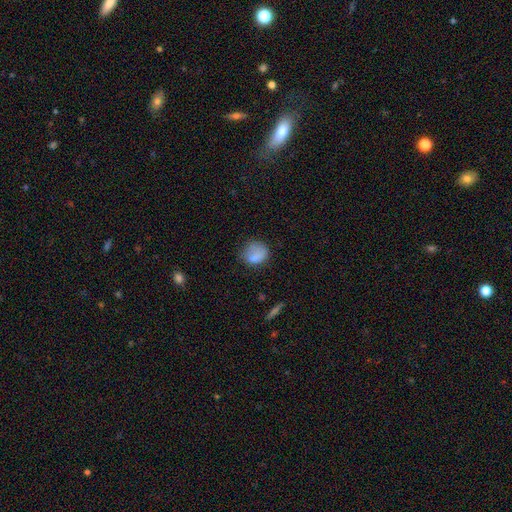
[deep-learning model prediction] The model was most divided on "merging": none: 55%, minor disturbance: 28%, major disturbance: 14%, merger: 3%. More confident: smooth or featured — smooth (79%); how rounded — round (67%).